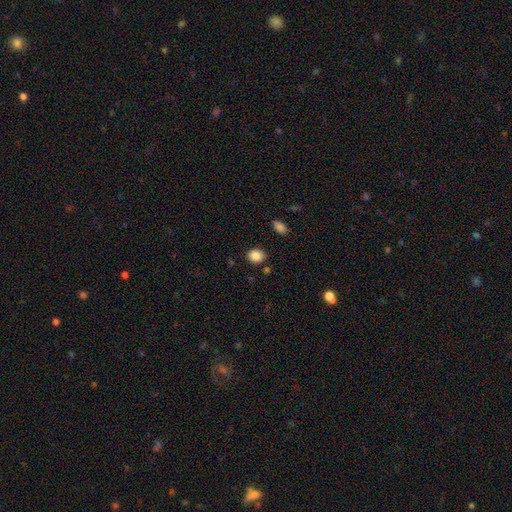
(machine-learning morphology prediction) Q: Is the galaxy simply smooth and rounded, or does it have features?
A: smooth — 86%.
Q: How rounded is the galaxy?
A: round — 56%.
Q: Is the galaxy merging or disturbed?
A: none — 83%.